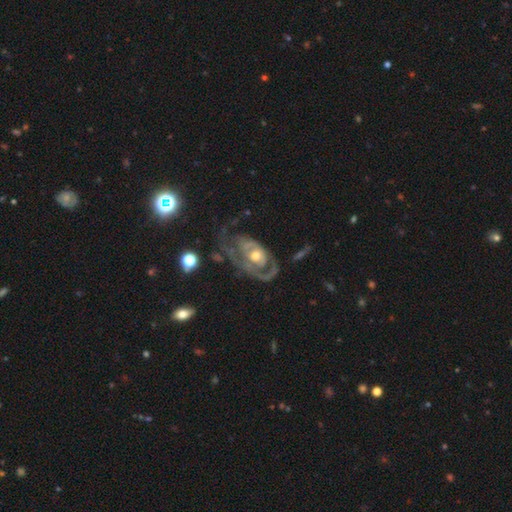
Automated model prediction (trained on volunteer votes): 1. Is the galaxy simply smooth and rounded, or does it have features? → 80% featured or disk, 14% smooth, 5% star or artifact.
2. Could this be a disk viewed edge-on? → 95% no, 5% yes.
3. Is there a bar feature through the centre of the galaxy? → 79% no, 17% weak, 4% strong.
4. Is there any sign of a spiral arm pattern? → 77% yes, 23% no.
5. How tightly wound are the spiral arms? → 49% tight, 32% medium, 19% loose.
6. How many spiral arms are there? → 37% 1, 30% 2, 23% can't tell, 5% 3, 2% 4, 2% more than 4.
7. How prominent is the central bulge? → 65% moderate, 25% small, 8% large, 2% none, 1% dominant.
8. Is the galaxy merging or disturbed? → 38% major disturbance (tied), 38% none (tied), 21% minor disturbance, 3% merger.